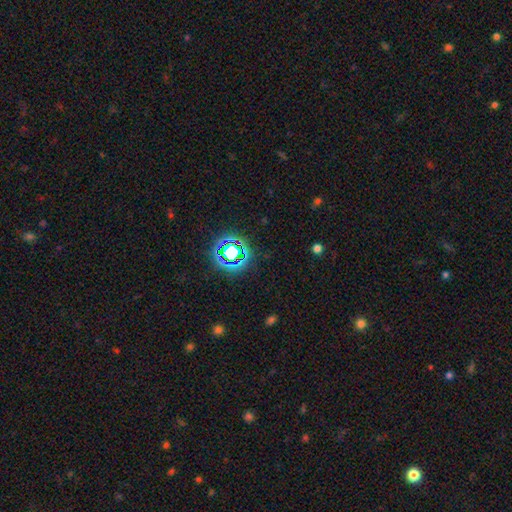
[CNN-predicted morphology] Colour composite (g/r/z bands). It shows a star or artifact, not a galaxy (76%).